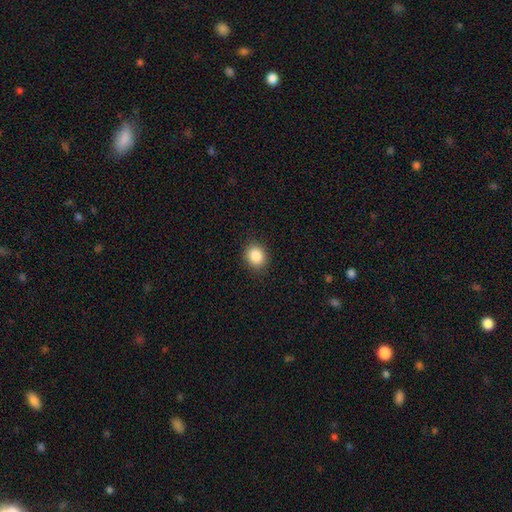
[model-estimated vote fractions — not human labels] Morphology: type=smooth (86%); roundness=round (68%); merging=none (89%).